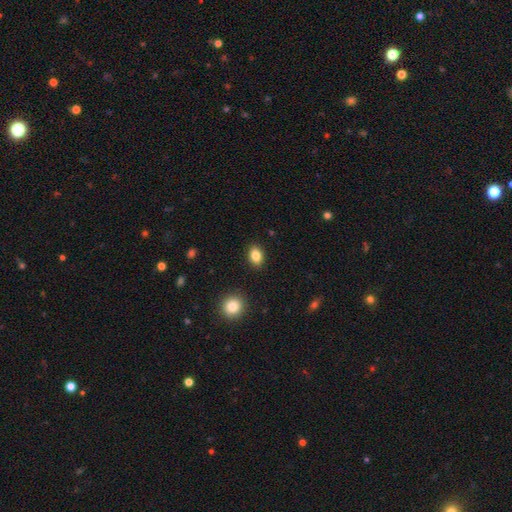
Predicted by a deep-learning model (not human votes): A smooth galaxy with no disk features (84%) that is in between round and cigar-shaped (72%). Merging: none (89%).